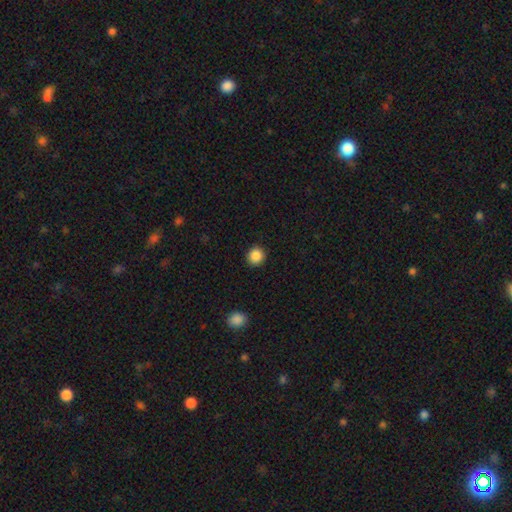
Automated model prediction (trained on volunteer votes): Smooth or featured?
  - smooth: 87% *
  - star or artifact: 9%
  - featured or disk: 3%
How rounded?
  - round: 92% *
  - in between: 7%
  - cigar-shaped: 1%
Merging?
  - none: 92% *
  - minor disturbance: 5%
  - major disturbance: 2%
  - merger: 1%